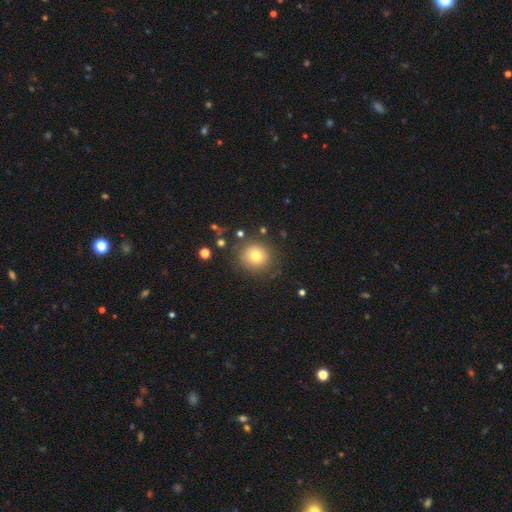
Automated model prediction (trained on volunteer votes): Smooth or featured? Predicted: smooth (p=0.75). How rounded? Predicted: round (p=0.90). Merging? Predicted: none (p=0.82).